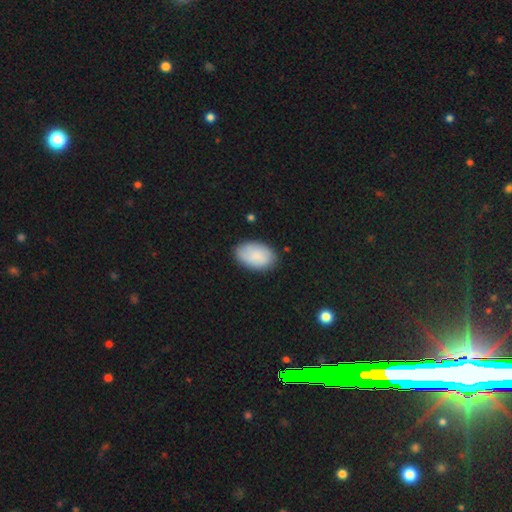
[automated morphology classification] Smooth or featured: smooth — 84% (featured or disk — 10%)
How rounded: in between — 92% (round — 7%)
Merging: none — 85% (minor disturbance — 12%)